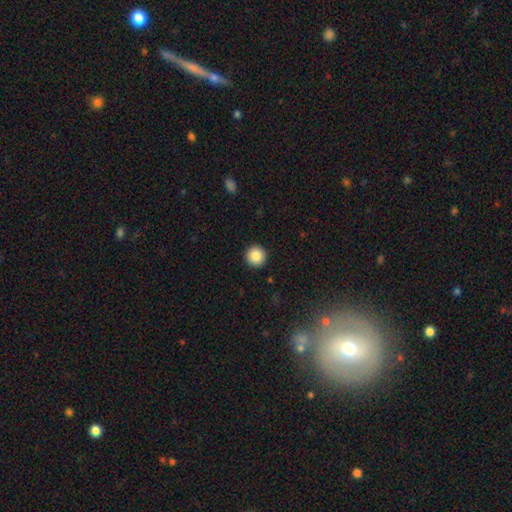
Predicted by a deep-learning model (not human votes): Smooth or featured?
  - smooth: 87% *
  - star or artifact: 9%
  - featured or disk: 4%
How rounded?
  - round: 95% *
  - in between: 4%
  - cigar-shaped: 1%
Merging?
  - none: 93% *
  - minor disturbance: 4%
  - major disturbance: 2%
  - merger: 1%